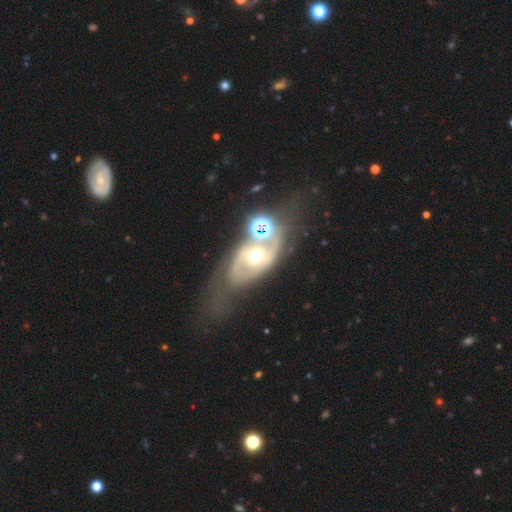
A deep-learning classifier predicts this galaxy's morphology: A featured or disk galaxy (72%) with no bar (63%), spiral arms (64%) and a moderate central bulge (71%). Merging: none (40%).